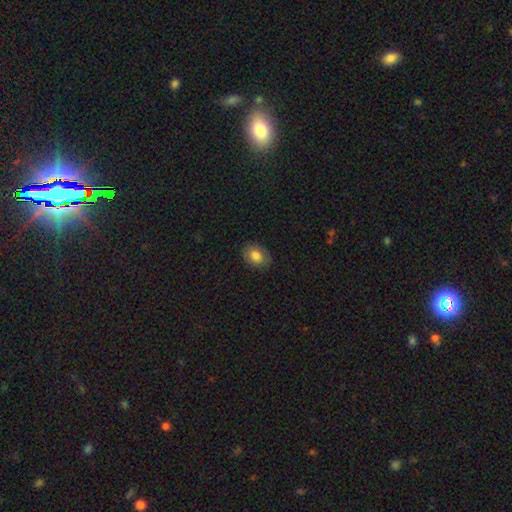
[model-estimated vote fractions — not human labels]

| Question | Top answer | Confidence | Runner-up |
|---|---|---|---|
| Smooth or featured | smooth | 81% | featured or disk (10%) |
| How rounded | in between | 65% | round (34%) |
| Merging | none | 86% | minor disturbance (11%) |